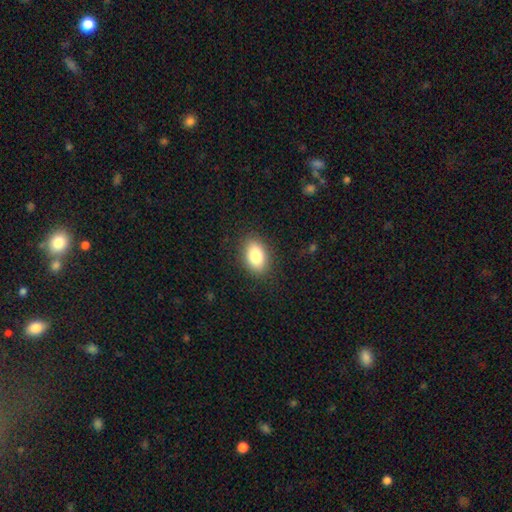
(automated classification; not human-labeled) Overall: smooth (85%). How rounded: in between (88%). Merging: none (87%).